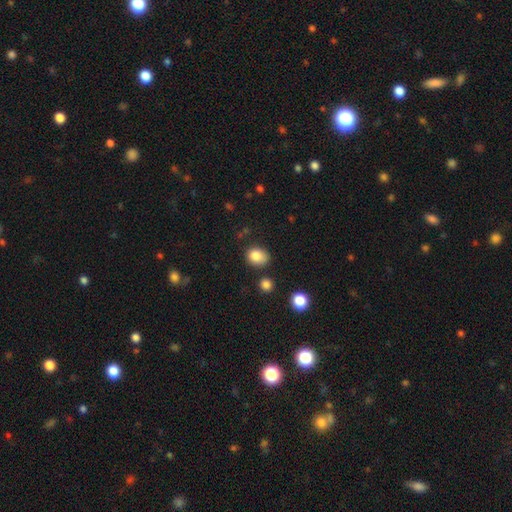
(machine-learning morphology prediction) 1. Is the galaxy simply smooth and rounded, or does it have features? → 84% smooth, 10% star or artifact, 6% featured or disk.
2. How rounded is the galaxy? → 50% round, 49% in between, 1% cigar-shaped.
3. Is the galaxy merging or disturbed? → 72% none, 19% minor disturbance, 5% merger, 4% major disturbance.